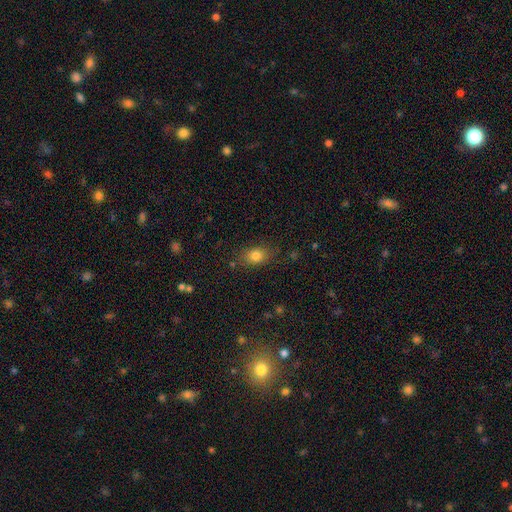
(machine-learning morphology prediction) Overall: smooth (81%). How rounded: in between (74%). Merging: none (78%).